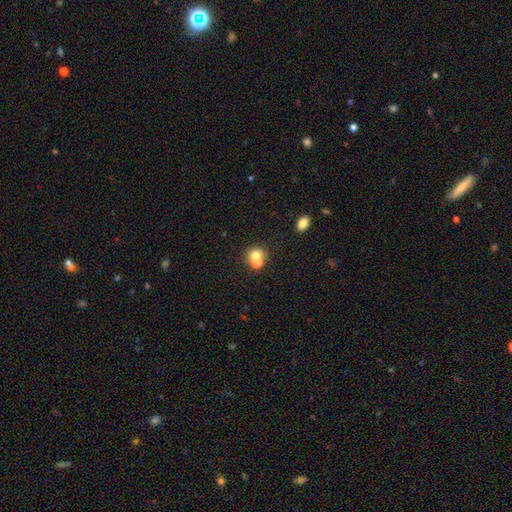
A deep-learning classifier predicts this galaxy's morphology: smooth-or-featured: smooth: 69% | featured or disk: 18% | star or artifact: 13%
  how-rounded: round: 77% | in between: 22% | cigar-shaped: 1%
  merging: merger: 55% | none: 36% | minor disturbance: 6% | major disturbance: 3%